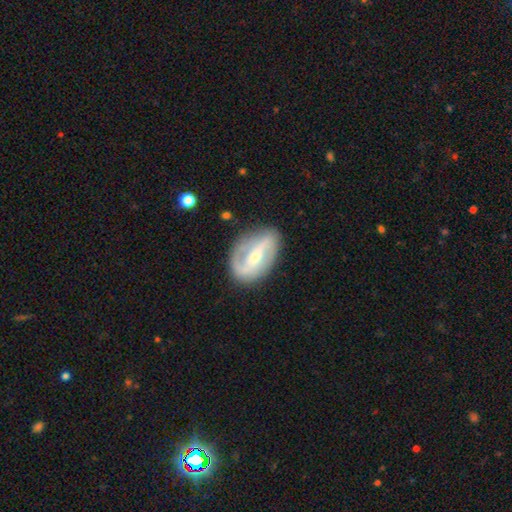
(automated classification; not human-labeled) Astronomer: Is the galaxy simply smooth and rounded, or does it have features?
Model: featured or disk — 77%.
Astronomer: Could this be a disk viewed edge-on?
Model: no — 94%.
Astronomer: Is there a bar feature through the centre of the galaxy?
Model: strong — 49% (runner-up: weak, 34%).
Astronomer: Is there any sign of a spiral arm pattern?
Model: yes — 80%.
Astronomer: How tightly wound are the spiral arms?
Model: medium — 41% (runner-up: loose, 33%).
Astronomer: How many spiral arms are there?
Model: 2 — 77%.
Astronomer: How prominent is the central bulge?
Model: small — 53% (runner-up: moderate, 40%).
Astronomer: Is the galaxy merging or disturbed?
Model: none — 76%.